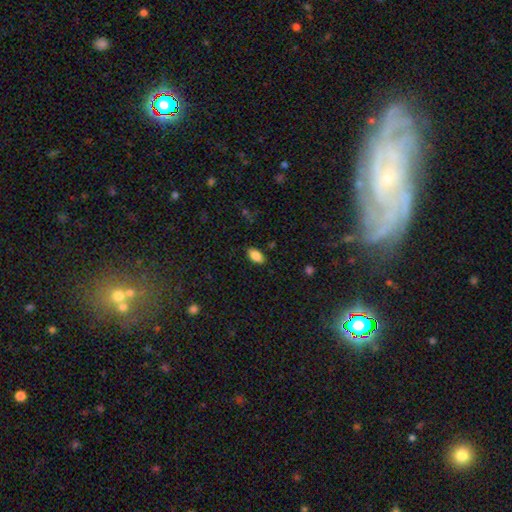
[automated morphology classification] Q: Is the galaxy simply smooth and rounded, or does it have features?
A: smooth — 86%.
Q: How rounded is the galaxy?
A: in between — 93%.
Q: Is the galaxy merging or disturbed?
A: none — 86%.